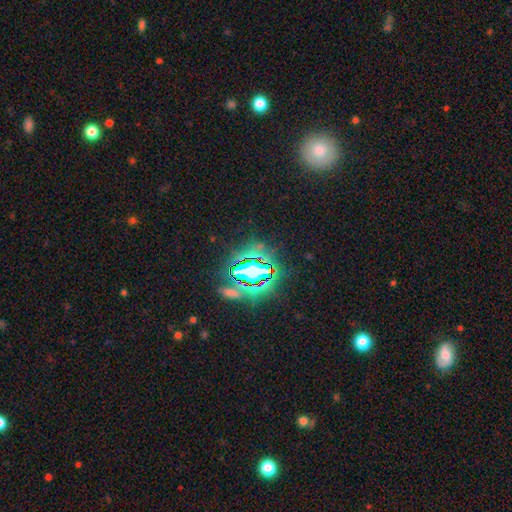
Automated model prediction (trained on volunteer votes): Smooth or featured? star or artifact (81%)